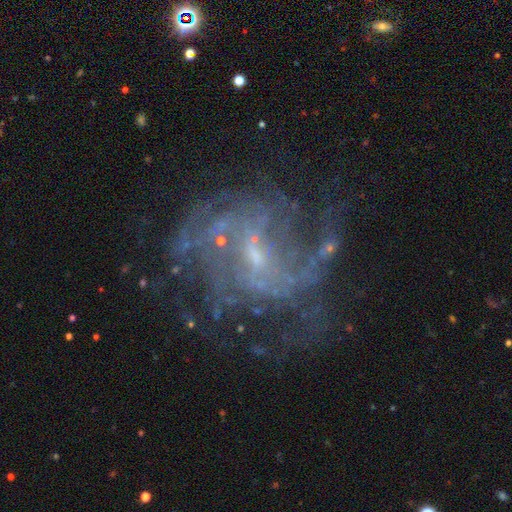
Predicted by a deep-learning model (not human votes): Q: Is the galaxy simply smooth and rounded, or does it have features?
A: featured or disk — 81%.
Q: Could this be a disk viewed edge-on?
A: no — 98%.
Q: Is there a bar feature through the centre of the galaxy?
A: weak — 52%.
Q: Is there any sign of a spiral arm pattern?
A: yes — 86%.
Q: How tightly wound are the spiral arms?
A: medium — 45%.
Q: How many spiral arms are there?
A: can't tell — 38%.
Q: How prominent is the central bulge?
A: small — 71%.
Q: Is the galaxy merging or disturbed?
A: none — 59%.